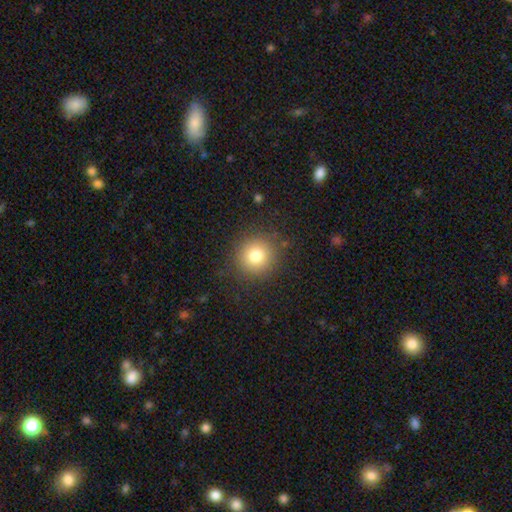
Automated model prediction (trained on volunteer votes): A smooth galaxy with no disk features (78%) that is round (93%). Merging: none (88%).